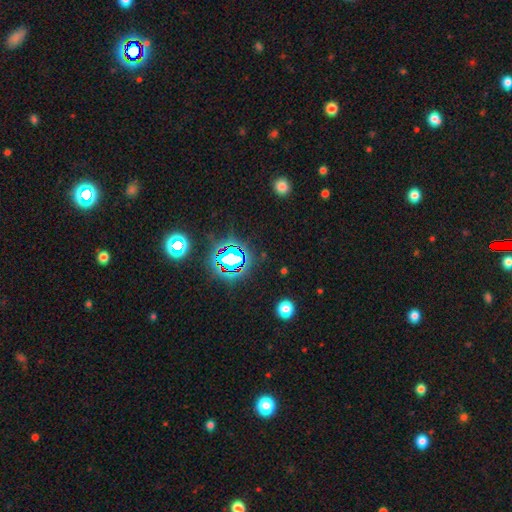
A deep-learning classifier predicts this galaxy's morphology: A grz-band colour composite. It shows a star or artifact, not a galaxy (79%).